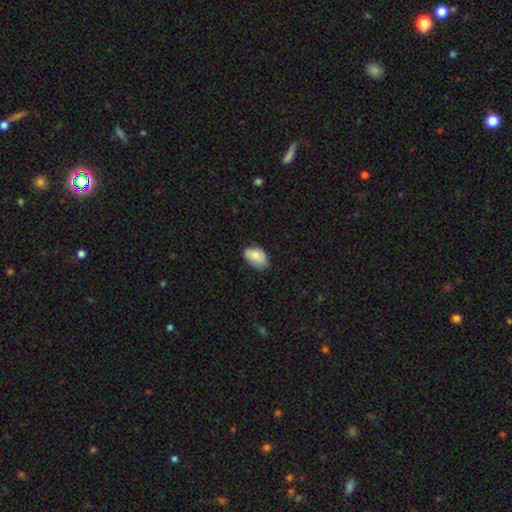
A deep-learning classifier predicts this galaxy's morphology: smooth_or_featured: smooth (p=0.82) [alt: featured or disk p=0.11]
how_rounded: in between (p=0.88) [alt: round p=0.11]
merging: none (p=0.64) [alt: minor disturbance p=0.30]